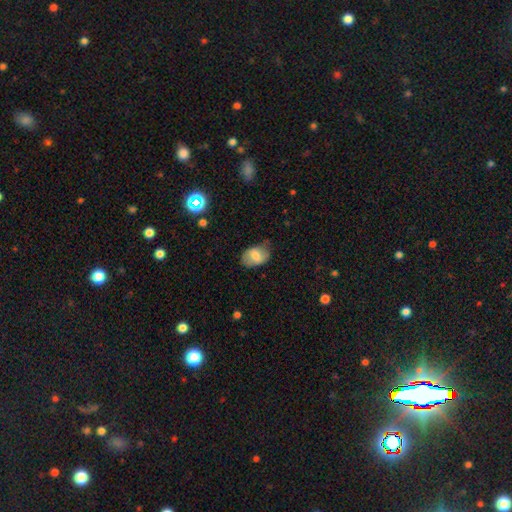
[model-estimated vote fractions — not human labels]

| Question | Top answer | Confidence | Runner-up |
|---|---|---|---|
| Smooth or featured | smooth | 62% | featured or disk (30%) |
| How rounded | in between | 82% | round (17%) |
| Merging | none | 69% | minor disturbance (23%) |